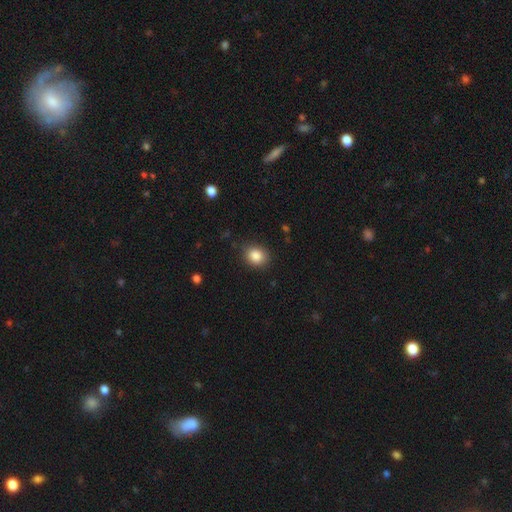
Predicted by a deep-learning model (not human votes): smooth_or_featured: smooth (p=0.86) [alt: star or artifact p=0.09]
how_rounded: round (p=0.59) [alt: in between p=0.40]
merging: none (p=0.85) [alt: minor disturbance p=0.11]